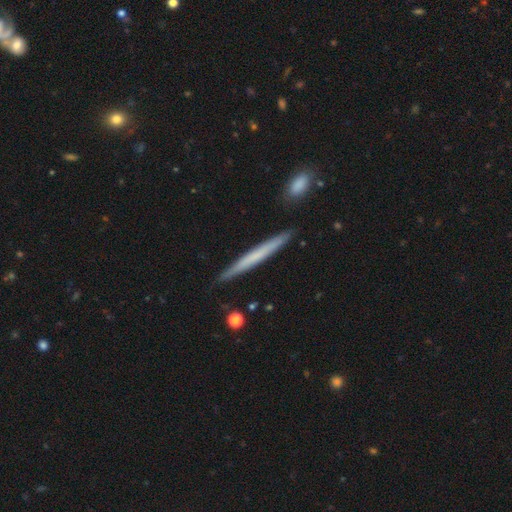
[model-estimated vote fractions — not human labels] smooth 52%, featured or disk 42%, star or artifact 6%. Down the decision tree: how rounded — cigar-shaped (97%); merging — none (89%).